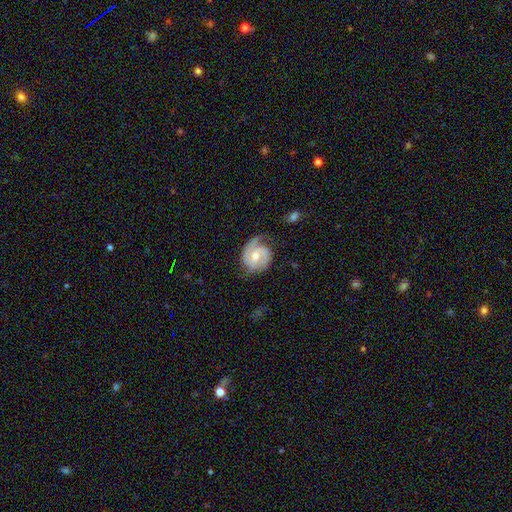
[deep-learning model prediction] A featured or disk galaxy (84%) with no bar (47%), 2 (73%) tight (48%) spiral arms (96%) and a moderate central bulge (62%). Merging: none (63%).